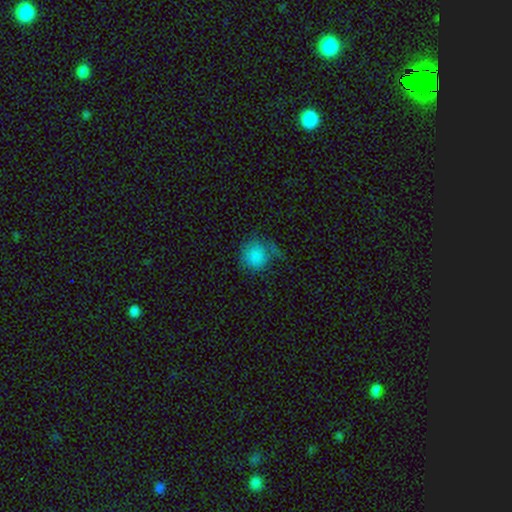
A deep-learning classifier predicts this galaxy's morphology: Overall: smooth (83%). How rounded: round (87%). Merging: none (61%; minor disturbance 22%).